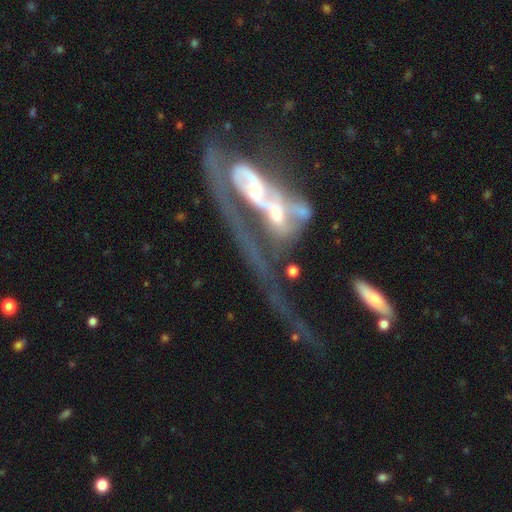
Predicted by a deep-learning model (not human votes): Morphology: type=featured or disk (76%); edge-on=no (83%); bar=no (58%); spiral arms=yes (58%); bulge=moderate (48%); merging=merger (58%).